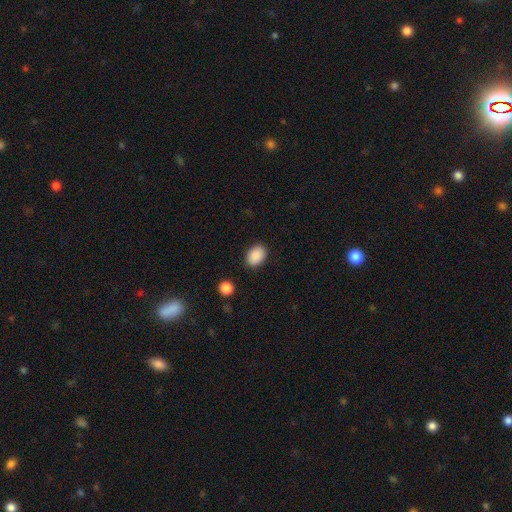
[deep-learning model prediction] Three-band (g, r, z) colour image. It shows a smooth galaxy with no disk features (90%) that is in between round and cigar-shaped (78%). Merging: none (87%).